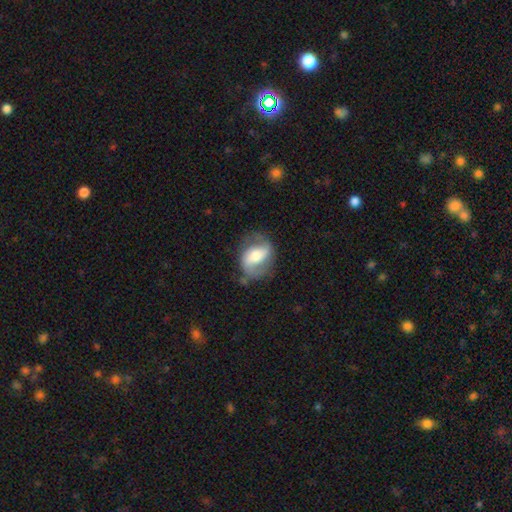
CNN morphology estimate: smooth-or-featured: featured or disk: 67% | smooth: 27% | star or artifact: 6%
  disk-edge-on: no: 95% | yes: 5%
    bar: strong: 41% | weak: 34% | no: 25%
    has-spiral-arms: yes: 80% | no: 20%
      spiral-winding: medium: 43% | loose: 38% | tight: 19%
      spiral-arm-count: 2: 86% | can't tell: 7% | 1: 4% | 3: 1% | 4: 1% | more than 4: 1%
    bulge-size: moderate: 58% | small: 20% | large: 17% | dominant: 3% | none: 2%
  merging: none: 66% | minor disturbance: 21% | major disturbance: 11% | merger: 2%